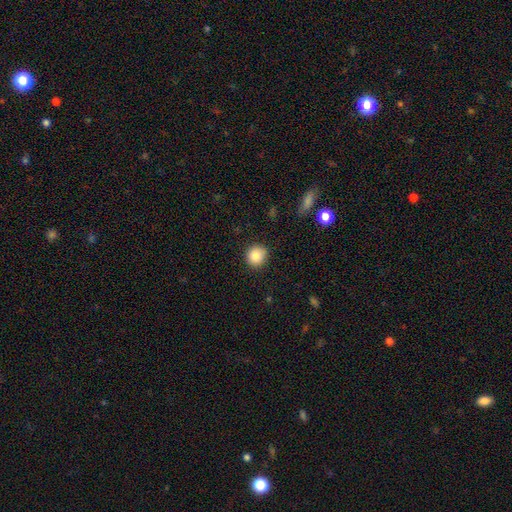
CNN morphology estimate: smooth_or_featured: smooth (p=0.85) [alt: star or artifact p=0.10]
how_rounded: round (p=0.87) [alt: in between p=0.12]
merging: none (p=0.88) [alt: minor disturbance p=0.09]